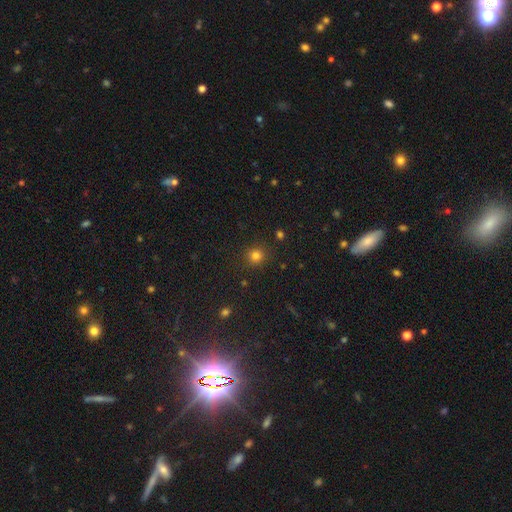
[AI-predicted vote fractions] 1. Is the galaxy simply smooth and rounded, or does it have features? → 80% smooth, 15% star or artifact, 5% featured or disk.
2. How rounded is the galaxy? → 88% round, 11% in between, 1% cigar-shaped.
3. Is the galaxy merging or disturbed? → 87% none, 8% minor disturbance, 3% major disturbance, 2% merger.